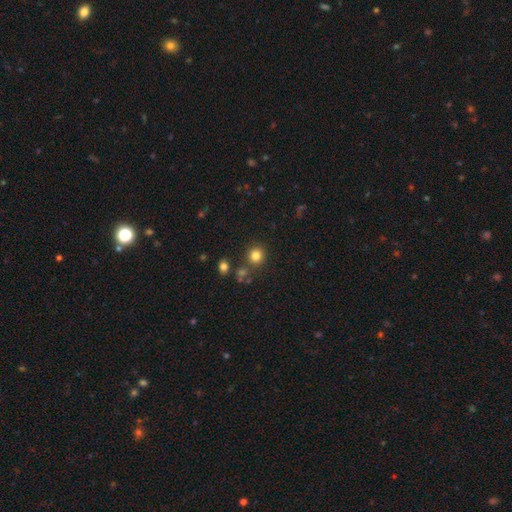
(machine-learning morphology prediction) A smooth galaxy with no disk features (81%) that is round (90%).

Vote fractions:
- Smooth or featured? smooth: 81% / star or artifact: 13% / featured or disk: 6%
- How rounded? round: 90% / in between: 9% / cigar-shaped: 1%
- Merging? none: 82% / minor disturbance: 8% / merger: 7% / major disturbance: 3%